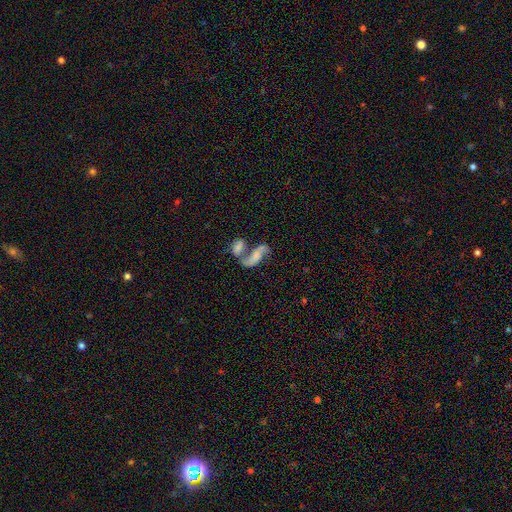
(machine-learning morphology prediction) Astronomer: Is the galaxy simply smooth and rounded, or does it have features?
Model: featured or disk — 58%.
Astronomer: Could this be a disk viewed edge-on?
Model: no — 91%.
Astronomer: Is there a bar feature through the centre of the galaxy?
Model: no — 61%.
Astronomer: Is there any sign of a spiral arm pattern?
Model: yes — 79%.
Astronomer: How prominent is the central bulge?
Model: none — 38% (runner-up: small, 32%).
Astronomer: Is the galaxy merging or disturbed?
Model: merger — 57%.